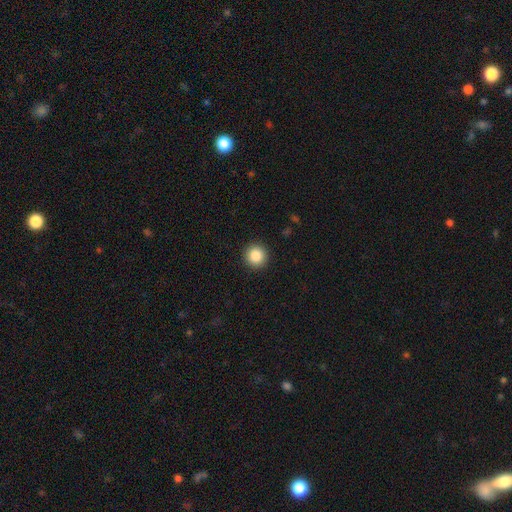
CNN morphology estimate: Smooth or featured: smooth — 86% (star or artifact — 9%)
How rounded: round — 95% (in between — 4%)
Merging: none — 92% (minor disturbance — 5%)